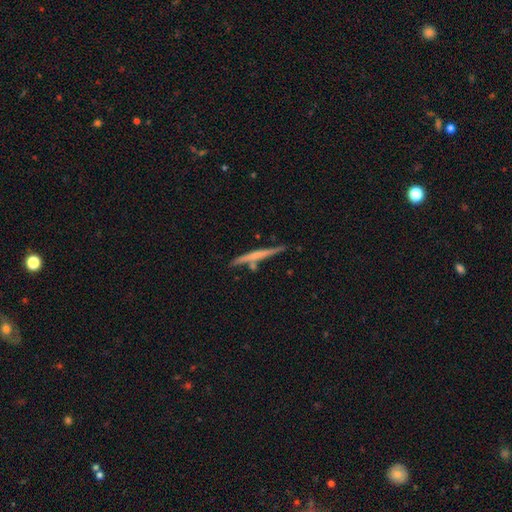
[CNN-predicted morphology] The model was most divided on "smooth or featured": featured or disk: 56%, smooth: 38%, star or artifact: 6%. More confident: edge-on disk — yes (96%); merging — none (77%); edge-on bulge — none (61%).